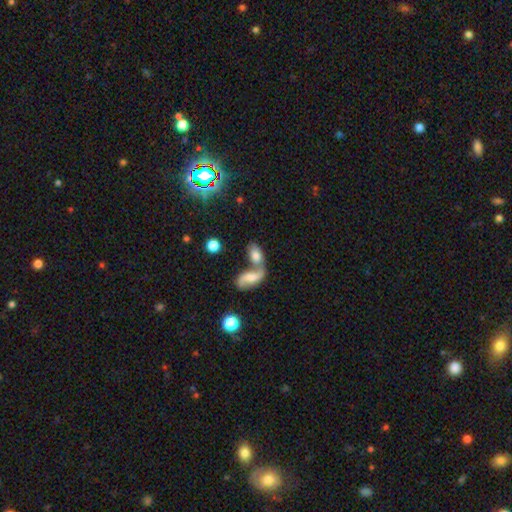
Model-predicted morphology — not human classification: Smooth or featured? Predicted: smooth (p=0.59). How rounded? Predicted: in between (p=0.84). Merging? Predicted: merger (p=0.64).